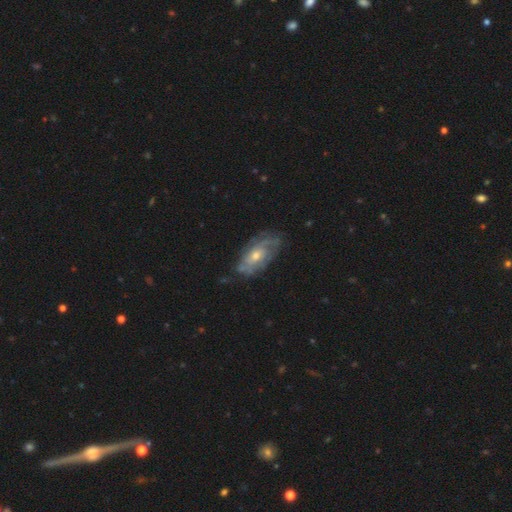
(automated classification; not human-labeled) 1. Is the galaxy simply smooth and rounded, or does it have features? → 71% featured or disk, 23% smooth, 6% star or artifact.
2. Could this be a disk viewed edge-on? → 91% no, 9% yes.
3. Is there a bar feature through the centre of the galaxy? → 73% no, 23% weak, 4% strong.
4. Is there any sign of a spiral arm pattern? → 78% yes, 22% no.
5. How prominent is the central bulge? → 56% moderate, 39% small, 3% large, 1% none, 1% dominant.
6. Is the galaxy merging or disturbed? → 66% none, 24% minor disturbance, 8% major disturbance, 2% merger.